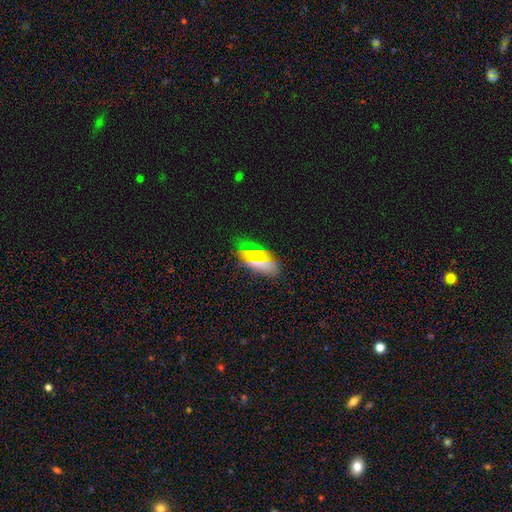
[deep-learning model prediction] smooth 64%, star or artifact 20%, featured or disk 16%. Down the decision tree: how rounded — in between (84%); merging — none (82%).